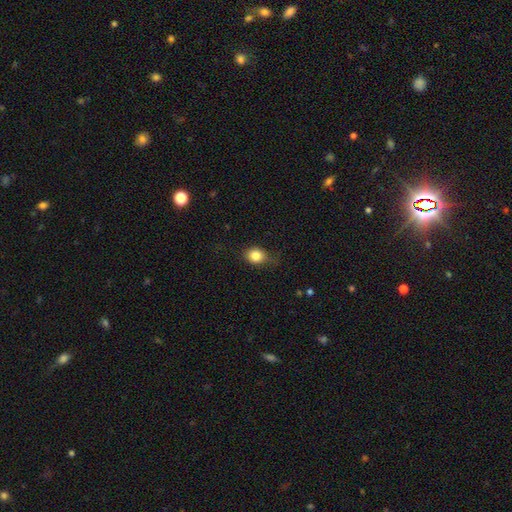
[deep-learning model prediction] Morphology: type=smooth (83%); roundness=round (59%); merging=none (68%).